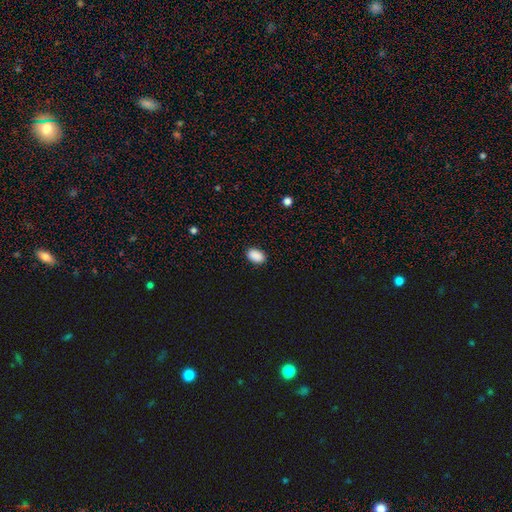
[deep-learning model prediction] A smooth galaxy with no disk features (90%) that is in between round and cigar-shaped (86%). Merging: none (89%).